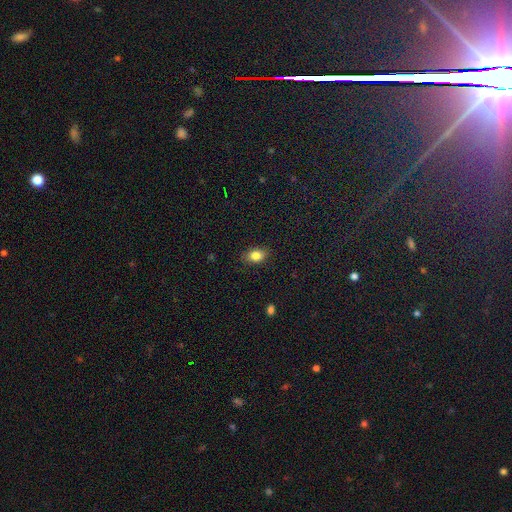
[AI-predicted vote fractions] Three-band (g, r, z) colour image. It shows a smooth galaxy with no disk features (83%) that is in between round and cigar-shaped (81%). Merging: none (86%).